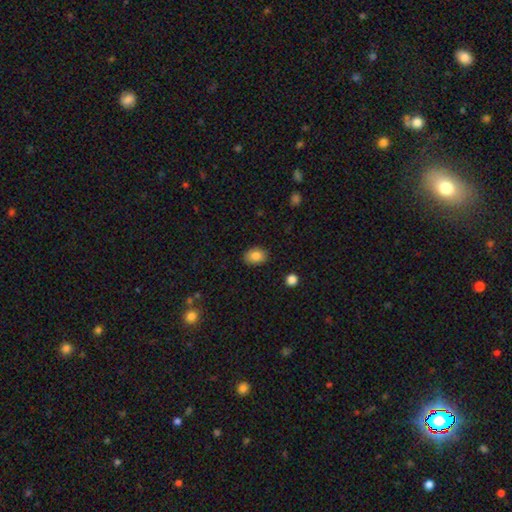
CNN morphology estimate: smooth_or_featured: smooth (p=0.85) [alt: star or artifact p=0.08]
how_rounded: in between (p=0.69) [alt: round p=0.30]
merging: none (p=0.85) [alt: minor disturbance p=0.11]